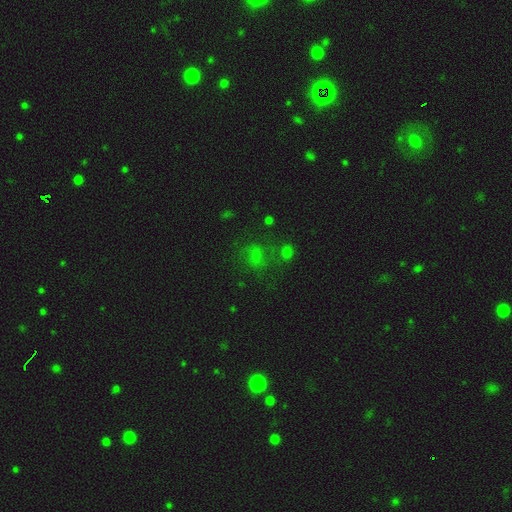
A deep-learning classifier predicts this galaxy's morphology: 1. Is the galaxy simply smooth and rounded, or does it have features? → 56% smooth, 30% star or artifact, 14% featured or disk.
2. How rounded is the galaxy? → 52% round, 46% in between, 2% cigar-shaped.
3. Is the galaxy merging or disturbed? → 51% none, 20% minor disturbance, 18% major disturbance, 10% merger.